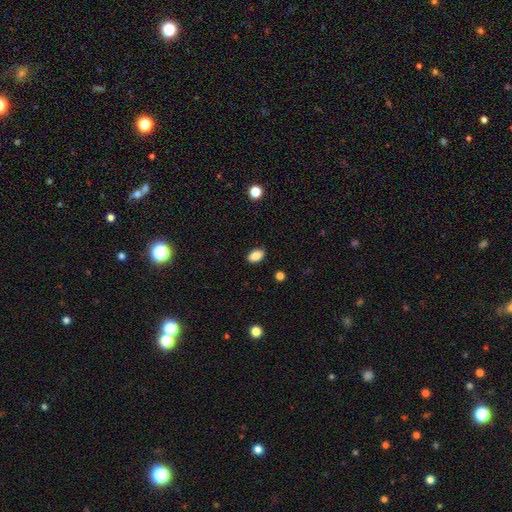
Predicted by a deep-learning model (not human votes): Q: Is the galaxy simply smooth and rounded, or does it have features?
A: smooth — 86%.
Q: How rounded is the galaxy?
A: in between — 88%.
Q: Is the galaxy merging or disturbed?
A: none — 88%.